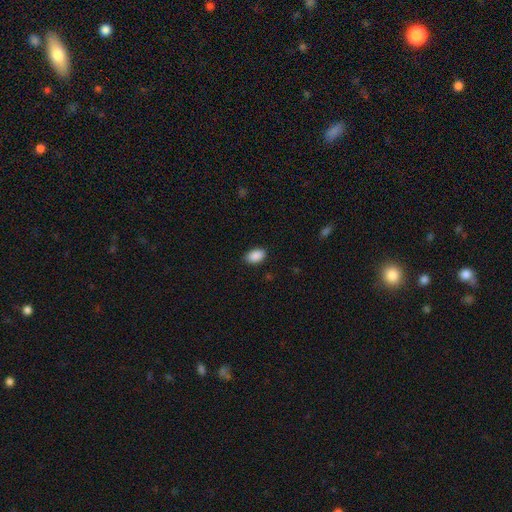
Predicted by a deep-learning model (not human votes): Q: Smooth or featured?
A: smooth (90%); runner-up: star or artifact (7%)
Q: How rounded?
A: in between (90%); runner-up: round (9%)
Q: Merging?
A: none (87%); runner-up: minor disturbance (10%)